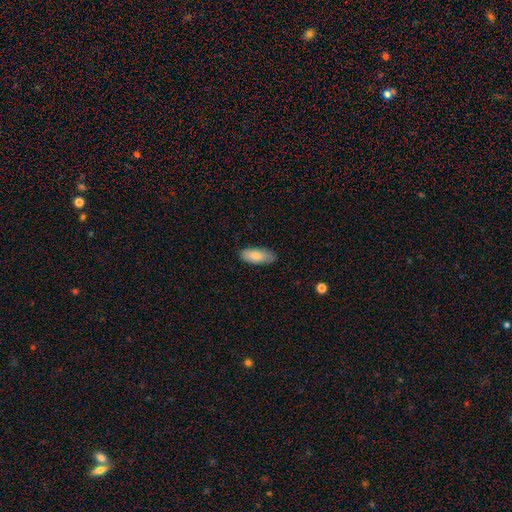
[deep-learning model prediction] smooth_or_featured: smooth (p=0.82) [alt: featured or disk p=0.12]
how_rounded: in between (p=0.82) [alt: cigar-shaped p=0.17]
merging: none (p=0.83) [alt: minor disturbance p=0.13]